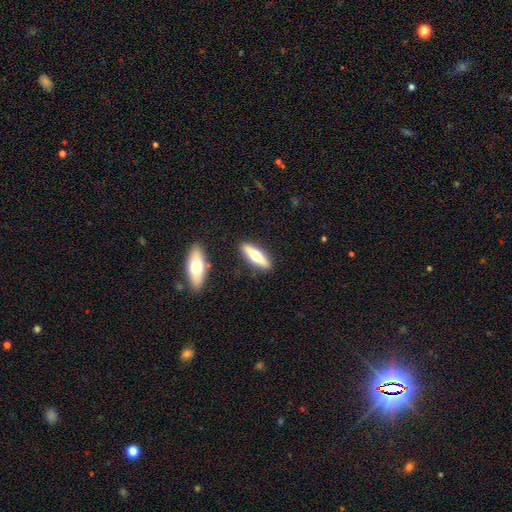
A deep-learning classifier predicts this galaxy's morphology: smooth_or_featured: smooth (p=0.51) [alt: featured or disk p=0.43]
how_rounded: cigar-shaped (p=0.65) [alt: in between p=0.33]
merging: none (p=0.86) [alt: minor disturbance p=0.08]